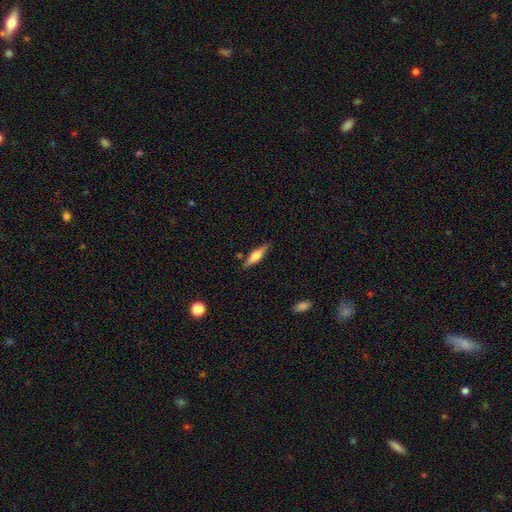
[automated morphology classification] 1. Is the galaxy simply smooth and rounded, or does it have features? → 55% featured or disk, 39% smooth, 6% star or artifact.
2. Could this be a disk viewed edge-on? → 95% yes, 5% no.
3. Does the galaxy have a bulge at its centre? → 86% rounded, 11% boxy, 3% none.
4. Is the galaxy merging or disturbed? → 84% none, 11% minor disturbance, 3% merger, 2% major disturbance.